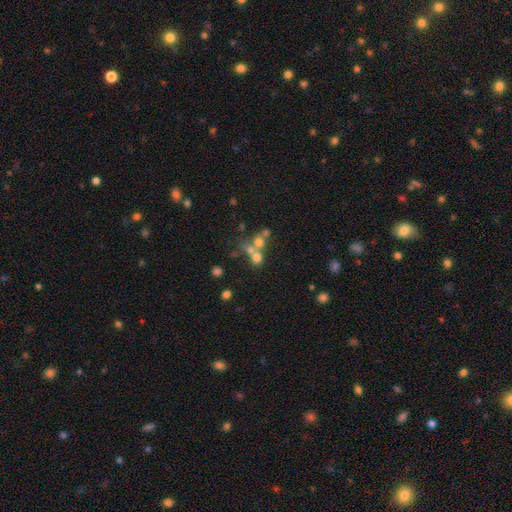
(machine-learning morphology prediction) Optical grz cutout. It shows a smooth galaxy with no disk features (58%) that is round (78%). Merging: merger (53%).